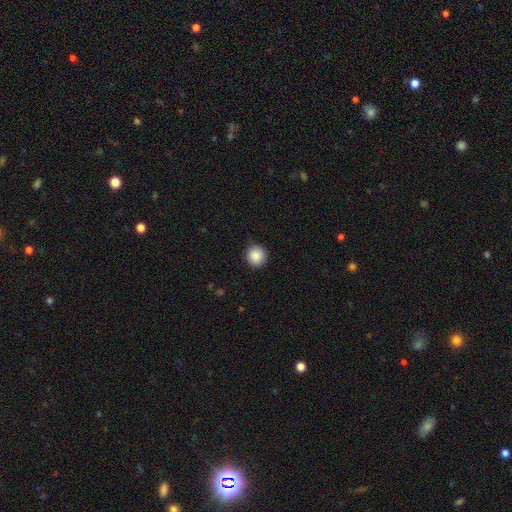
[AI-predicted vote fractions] The model was most divided on "merging": none: 85%, minor disturbance: 11%, major disturbance: 2%, merger: 1%. More confident: how rounded — round (93%); smooth or featured — smooth (87%).